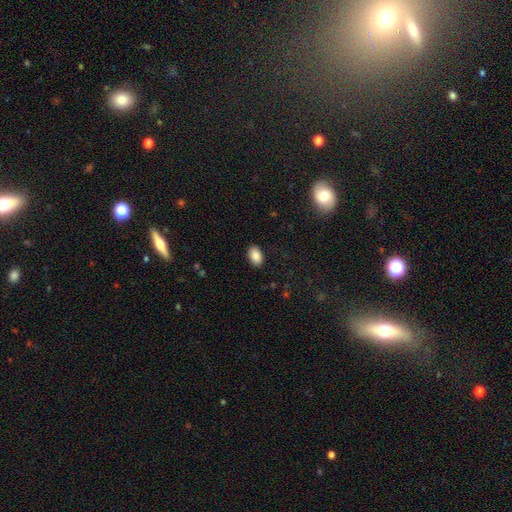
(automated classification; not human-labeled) smooth_or_featured: smooth (p=0.88) [alt: star or artifact p=0.08]
how_rounded: in between (p=0.90) [alt: round p=0.09]
merging: none (p=0.88) [alt: minor disturbance p=0.08]